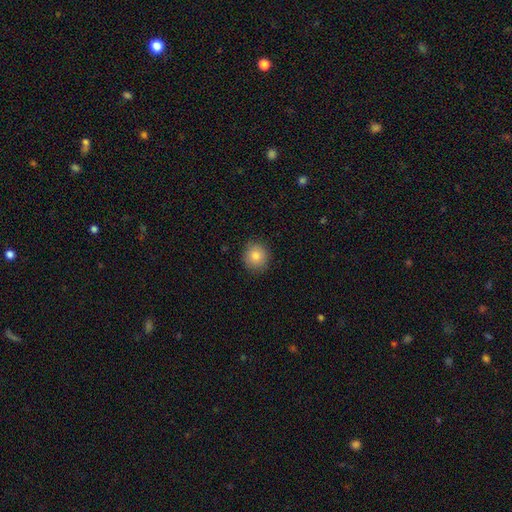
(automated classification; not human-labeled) A smooth galaxy with no disk features (82%) that is round (88%). Merging: none (89%).